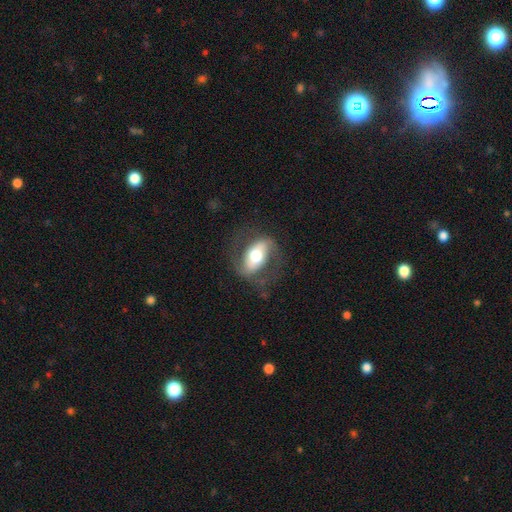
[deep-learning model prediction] This is possibly a featured or disk galaxy (60%). It is clearly not viewed edge-on (89%). Bar: possibly strong (46%). Spiral arm pattern: likely yes (64%). Central bulge: possibly moderate (59%). Merging: likely none (69%).